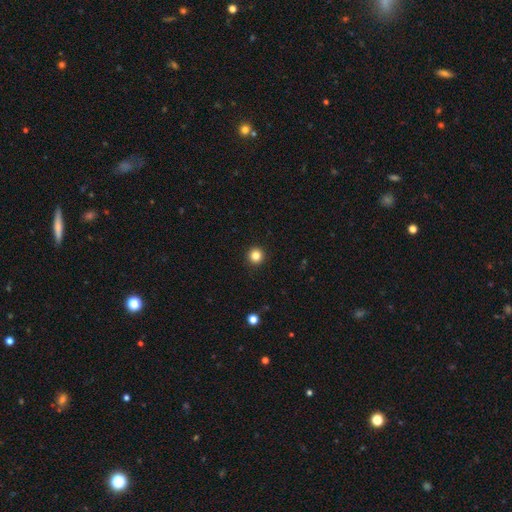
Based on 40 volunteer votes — smooth 90%, featured or disk 8%, star or artifact 2%. Down the decision tree: how rounded — round (97%); merging — none (100%).